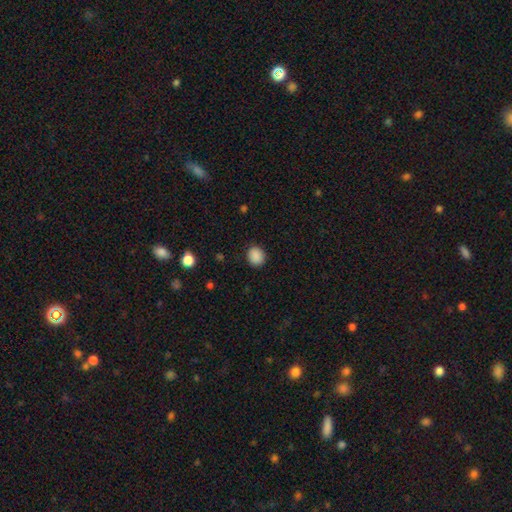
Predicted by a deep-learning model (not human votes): The model was most divided on "how rounded": round: 69%, in between: 31%, cigar-shaped: 1%. More confident: smooth or featured — smooth (89%); merging — none (88%).